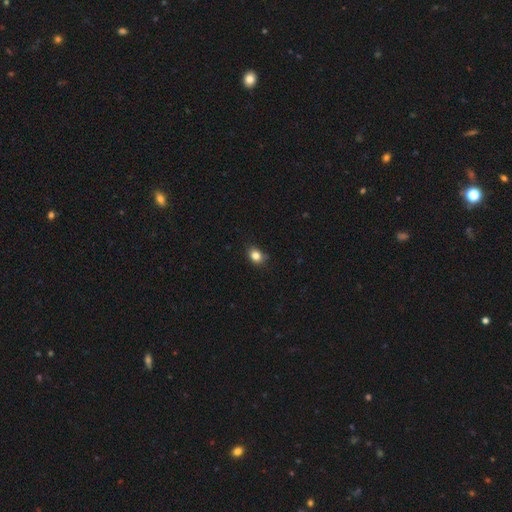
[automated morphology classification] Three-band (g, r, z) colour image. It shows a smooth galaxy with no disk features (83%) that is in between round and cigar-shaped (54%). Merging: none (78%).